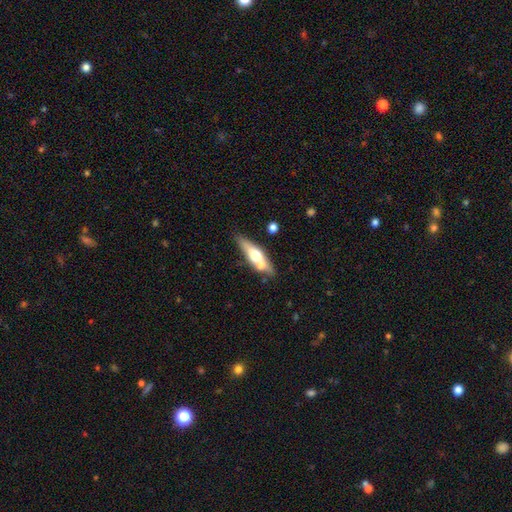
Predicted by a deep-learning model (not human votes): This is possibly a featured or disk galaxy (52%). It is clearly viewed edge-on (84%). Merging: likely none (63%).